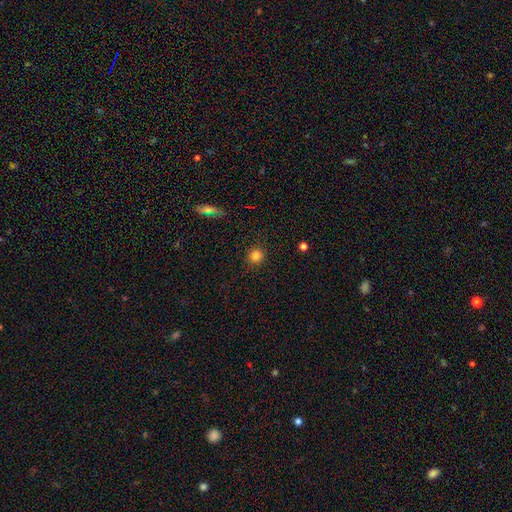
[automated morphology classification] Overall: smooth (83%). How rounded: round (91%). Merging: none (90%).